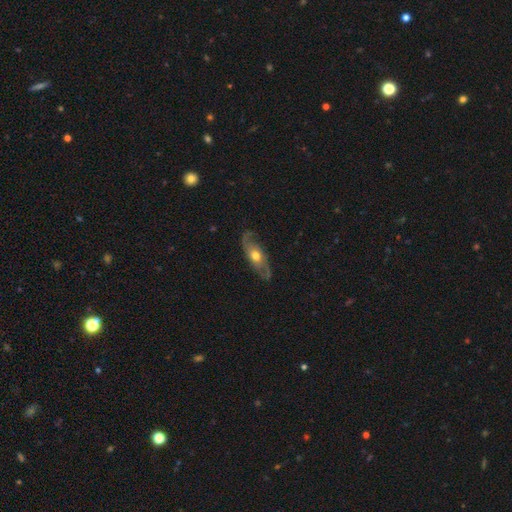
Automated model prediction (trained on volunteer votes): featured or disk 74%, smooth 20%, star or artifact 6%. Down the decision tree: edge-on disk — no (84%); bar — no (76%); spiral arms — yes (86%); spiral arm count — 2 (84%); spiral winding — loose (45%); bulge size — moderate (73%); merging — none (74%).